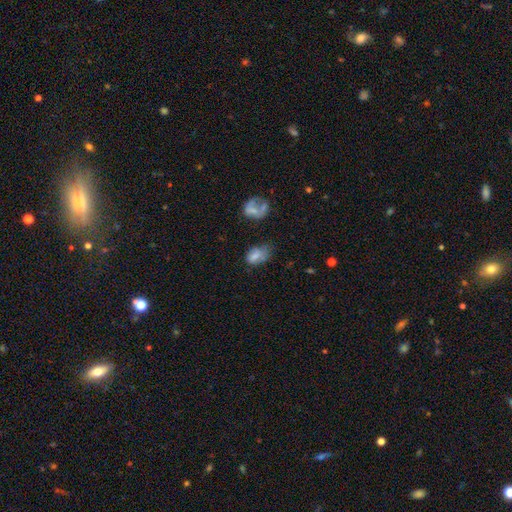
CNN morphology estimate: Smooth or featured? smooth (74%)
How rounded? in between (82%)
Merging? none (39%)